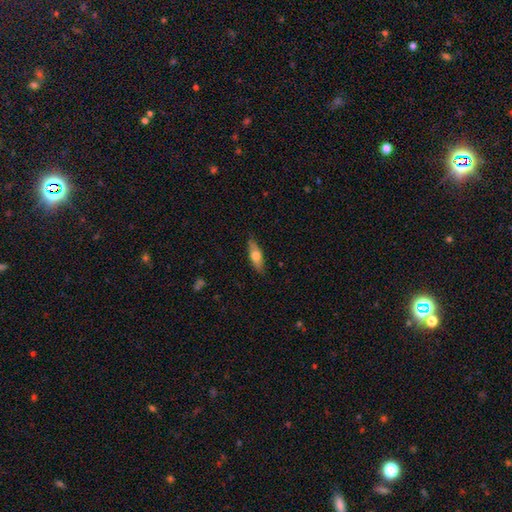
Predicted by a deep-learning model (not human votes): Smooth or featured?
  - smooth: 60% *
  - featured or disk: 34%
  - star or artifact: 6%
How rounded?
  - in between: 56% *
  - cigar-shaped: 41%
  - round: 3%
Merging?
  - none: 84% *
  - minor disturbance: 13%
  - major disturbance: 2%
  - merger: 1%